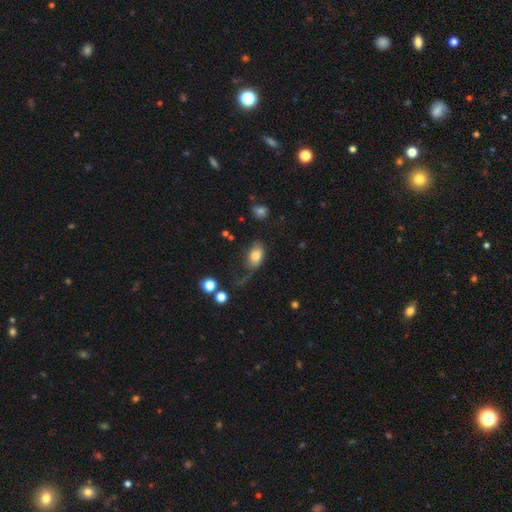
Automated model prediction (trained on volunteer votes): Smooth or featured? smooth (77%)
How rounded? in between (84%)
Merging? none (41%)